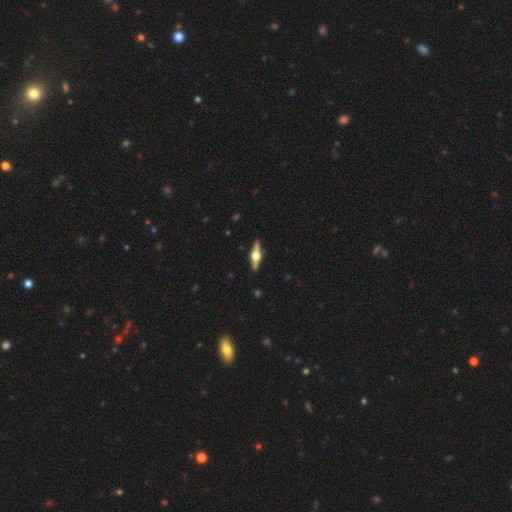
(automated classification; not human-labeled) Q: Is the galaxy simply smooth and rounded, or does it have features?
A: featured or disk — 79%.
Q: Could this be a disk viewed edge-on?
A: yes — 98%.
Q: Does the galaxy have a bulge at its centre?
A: rounded — 95%.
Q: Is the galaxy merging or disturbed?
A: none — 90%.